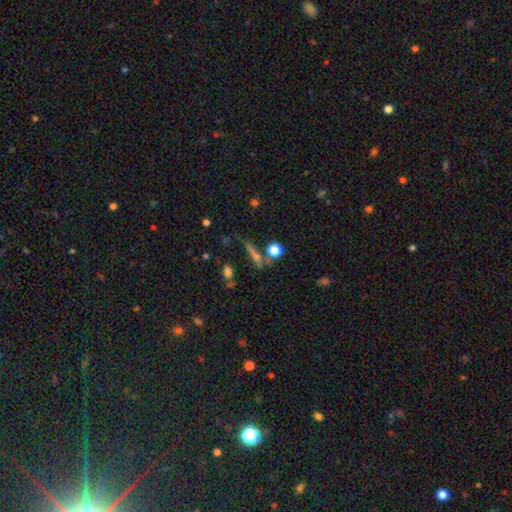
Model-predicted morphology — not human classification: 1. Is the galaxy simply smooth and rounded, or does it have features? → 42% smooth, 35% featured or disk, 23% star or artifact.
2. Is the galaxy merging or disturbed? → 65% none, 14% merger, 13% minor disturbance, 8% major disturbance.